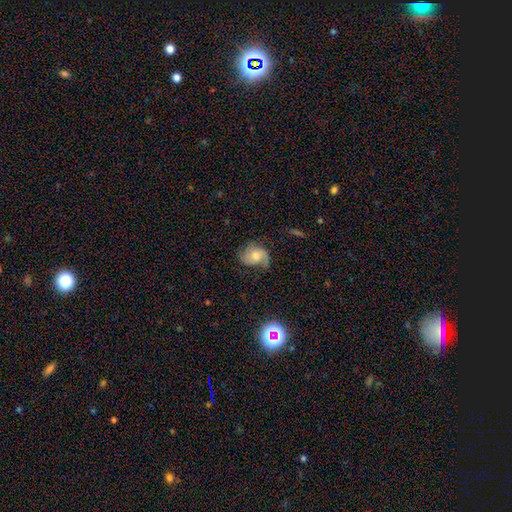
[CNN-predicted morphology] The model was most divided on "merging": none: 50%, minor disturbance: 28%, major disturbance: 20%, merger: 2%. More confident: edge-on disk — no (97%); spiral arms — yes (88%); bar — no (71%); bulge size — moderate (62%); smooth or featured — featured or disk (58%).